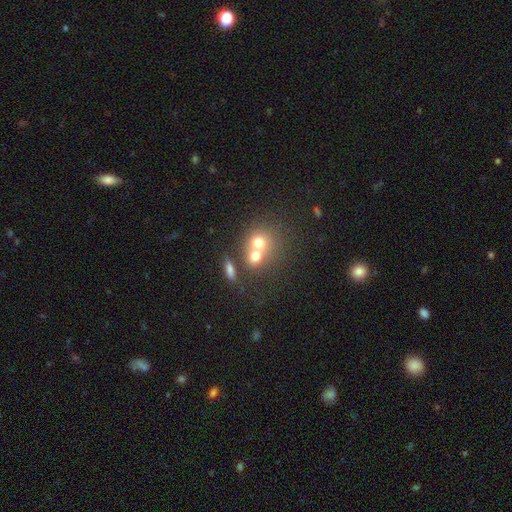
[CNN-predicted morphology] type=smooth (68%); roundness=round (73%); merging=merger (63%).